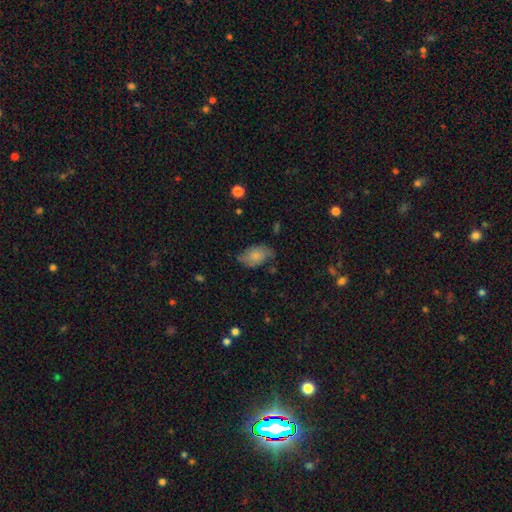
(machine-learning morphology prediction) smooth 71%, featured or disk 21%, star or artifact 8%. Down the decision tree: how rounded — in between (90%); merging — none (59%).